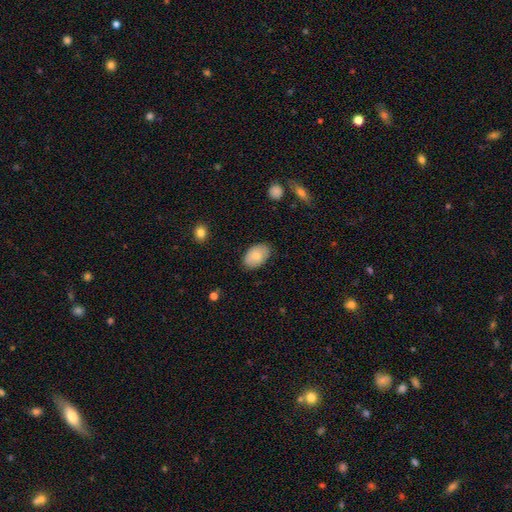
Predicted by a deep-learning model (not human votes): A smooth galaxy with no disk features (80%) that is in between round and cigar-shaped (91%). Merging: none (81%).